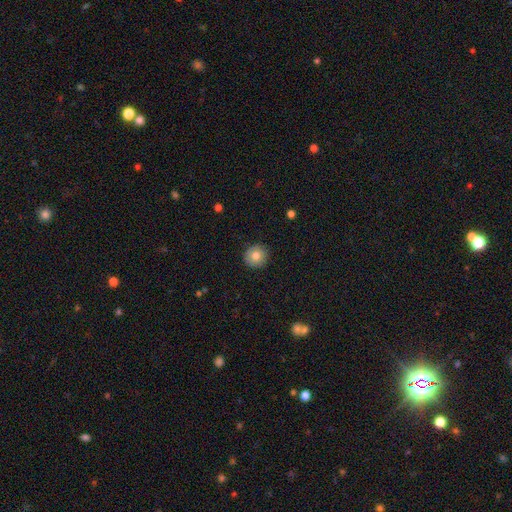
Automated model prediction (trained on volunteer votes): Smooth or featured? Predicted: smooth (p=0.79). How rounded? Predicted: round (p=0.94). Merging? Predicted: none (p=0.91).